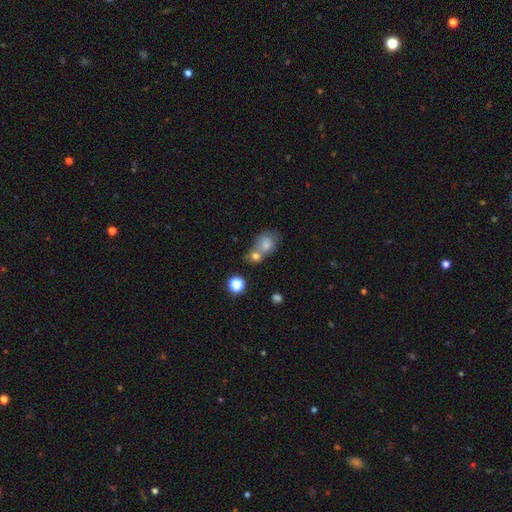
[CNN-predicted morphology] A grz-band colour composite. It shows a smooth galaxy with no disk features (71%) that is round (61%). Merging: merger (55%).